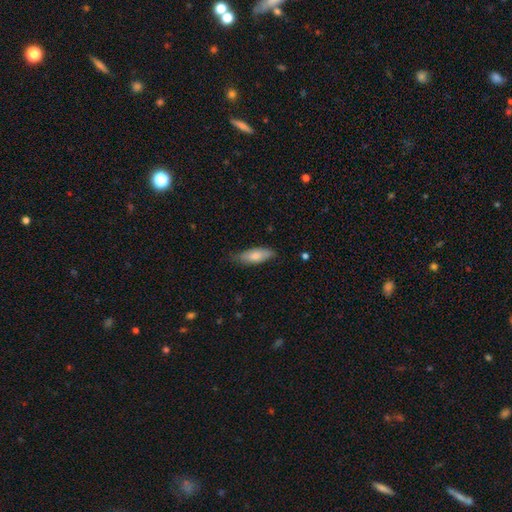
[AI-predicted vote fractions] Overall: smooth (76%). How rounded: in between (67%; cigar-shaped 31%). Merging: none (69%).